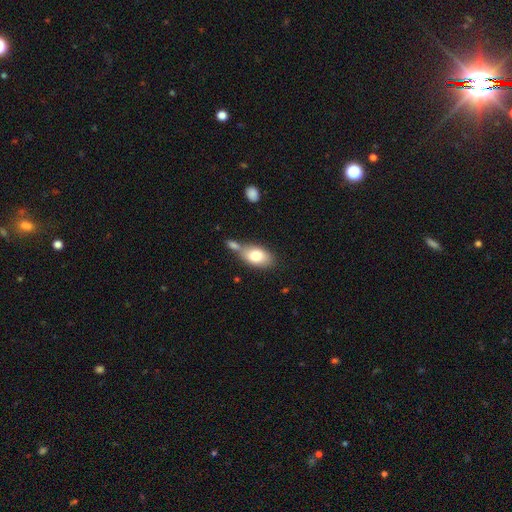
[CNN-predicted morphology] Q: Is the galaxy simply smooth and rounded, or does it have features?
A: smooth — 78%.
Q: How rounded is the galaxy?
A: in between — 90%.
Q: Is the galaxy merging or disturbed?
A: none — 44%.